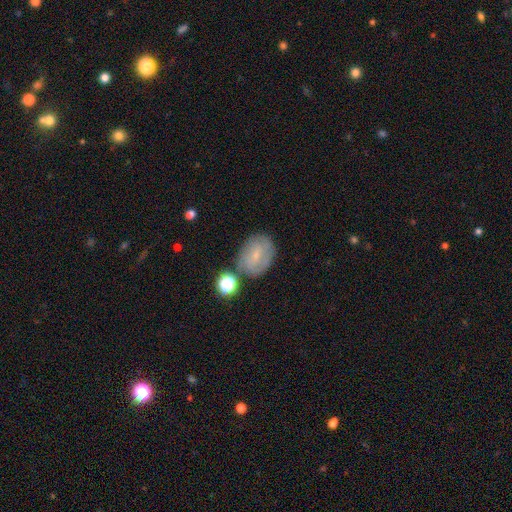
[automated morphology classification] Smooth or featured? smooth (52%)
How rounded? in between (58%)
Merging? none (67%)